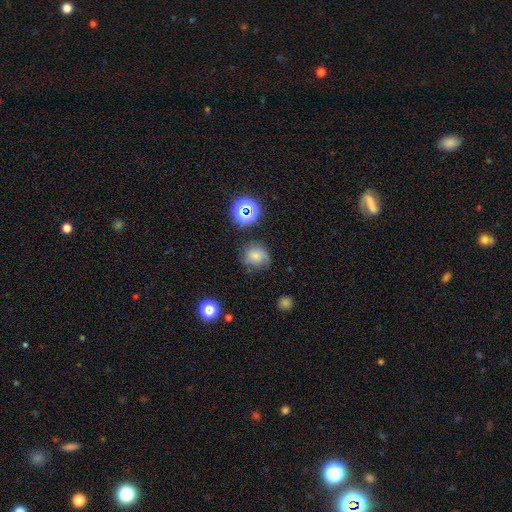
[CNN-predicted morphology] Q: Smooth or featured?
A: smooth (66%); runner-up: star or artifact (18%)
Q: How rounded?
A: round (80%); runner-up: in between (19%)
Q: Merging?
A: none (67%); runner-up: minor disturbance (23%)